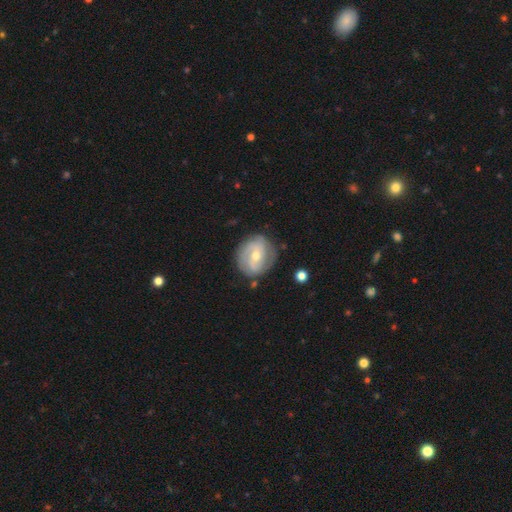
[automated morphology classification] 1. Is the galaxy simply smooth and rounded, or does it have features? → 76% featured or disk, 18% smooth, 6% star or artifact.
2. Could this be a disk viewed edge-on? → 97% no, 3% yes.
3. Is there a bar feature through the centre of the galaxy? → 44% weak, 39% no, 16% strong.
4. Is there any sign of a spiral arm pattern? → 88% yes, 12% no.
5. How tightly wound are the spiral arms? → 56% tight, 33% medium, 11% loose.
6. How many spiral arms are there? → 54% 2, 23% can't tell, 14% 3, 3% 1, 3% 4, 3% more than 4.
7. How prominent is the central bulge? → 57% moderate, 40% small, 2% large, 1% none, 1% dominant.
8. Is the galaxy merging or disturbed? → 77% none, 16% minor disturbance, 5% major disturbance, 2% merger.